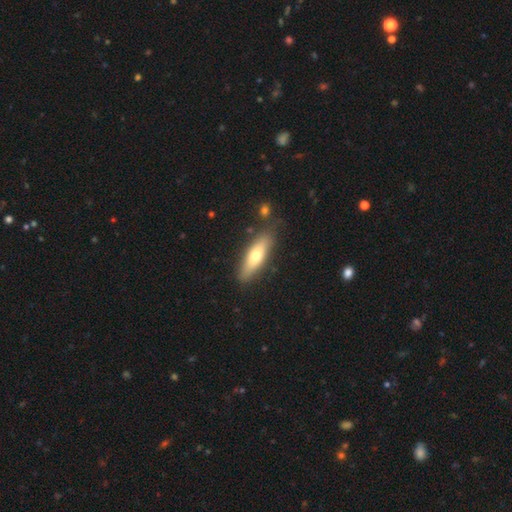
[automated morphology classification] smooth_or_featured: smooth (p=0.62) [alt: featured or disk p=0.32]
how_rounded: cigar-shaped (p=0.58) [alt: in between p=0.40]
merging: none (p=0.83) [alt: minor disturbance p=0.12]